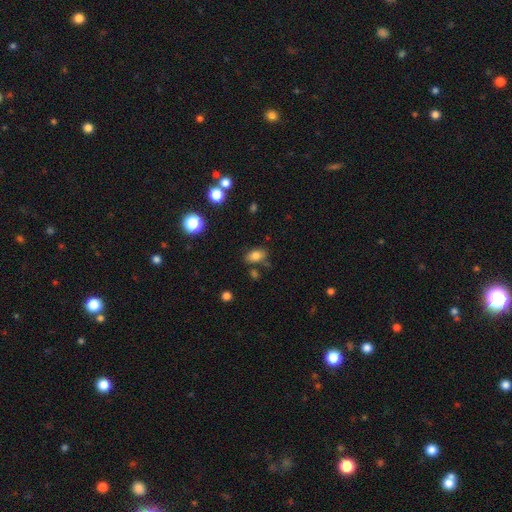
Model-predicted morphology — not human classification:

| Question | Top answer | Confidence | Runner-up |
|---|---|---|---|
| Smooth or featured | smooth | 79% | star or artifact (11%) |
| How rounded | in between | 85% | round (12%) |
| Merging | none | 70% | minor disturbance (18%) |